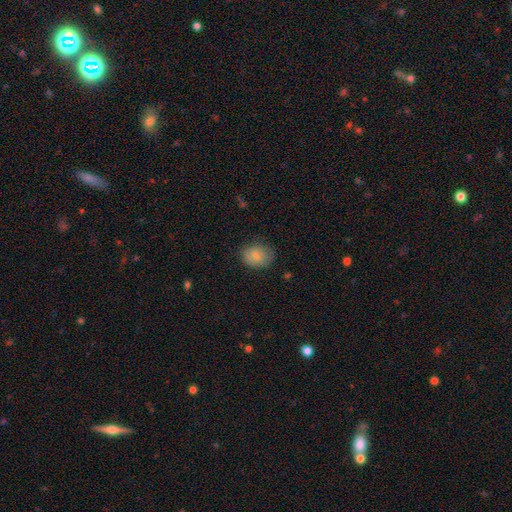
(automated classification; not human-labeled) smooth 81%, featured or disk 11%, star or artifact 8%. Down the decision tree: how rounded — in between (59%); merging — none (76%).